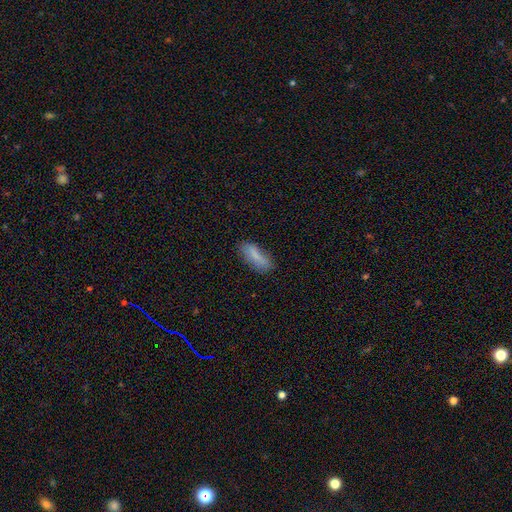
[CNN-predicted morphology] Smooth or featured? smooth (79%)
How rounded? in between (67%)
Merging? none (69%)